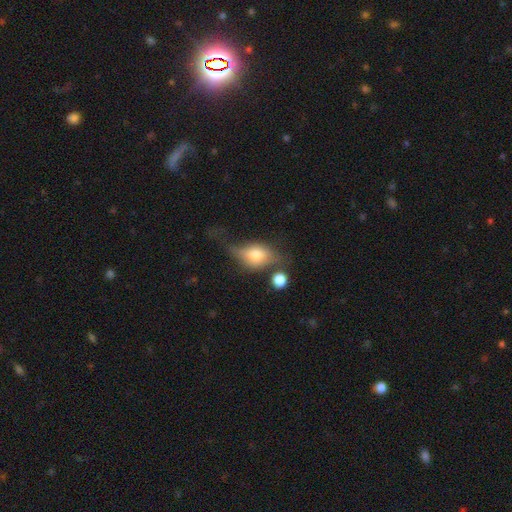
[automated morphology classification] smooth_or_featured: smooth (p=0.54) [alt: featured or disk p=0.37]
how_rounded: in between (p=0.73) [alt: round p=0.21]
merging: none (p=0.36) [alt: minor disturbance p=0.28]